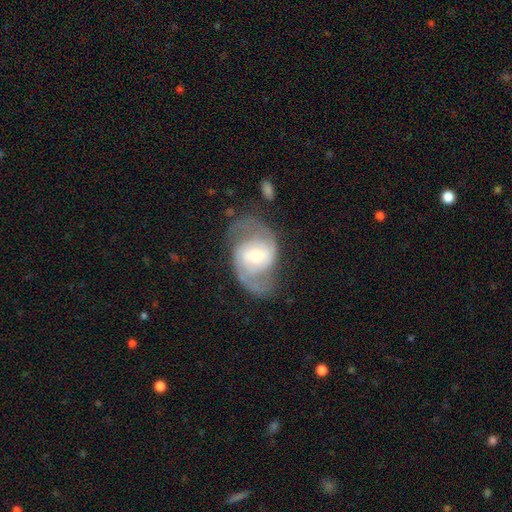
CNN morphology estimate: This is clearly a featured or disk galaxy (83%). It is clearly not viewed edge-on (97%). Bar: marginally weak (43%). Spiral arm pattern: clearly yes (92%). Spiral arm count: clearly 2 (89%). Spiral winding: possibly medium (50%). Central bulge: possibly moderate (55%). Merging: likely none (69%).